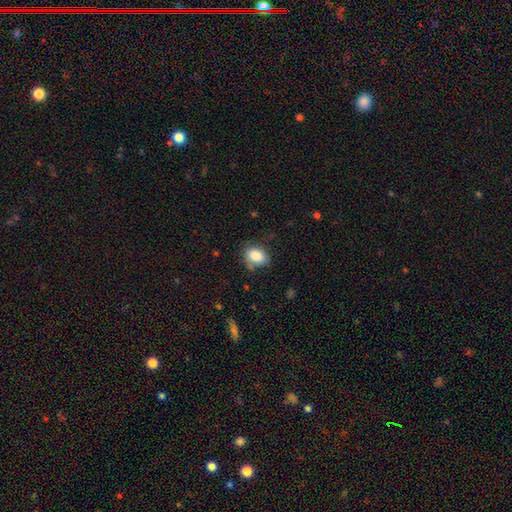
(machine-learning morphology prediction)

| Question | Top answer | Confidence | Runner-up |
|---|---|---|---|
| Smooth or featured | smooth | 84% | star or artifact (9%) |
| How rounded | in between | 77% | round (21%) |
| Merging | none | 69% | minor disturbance (22%) |